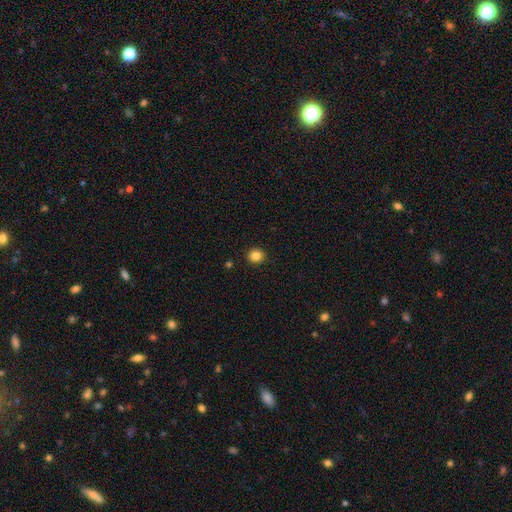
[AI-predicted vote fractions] Smooth or featured? Predicted: smooth (p=0.85). How rounded? Predicted: round (p=0.89). Merging? Predicted: none (p=0.93).